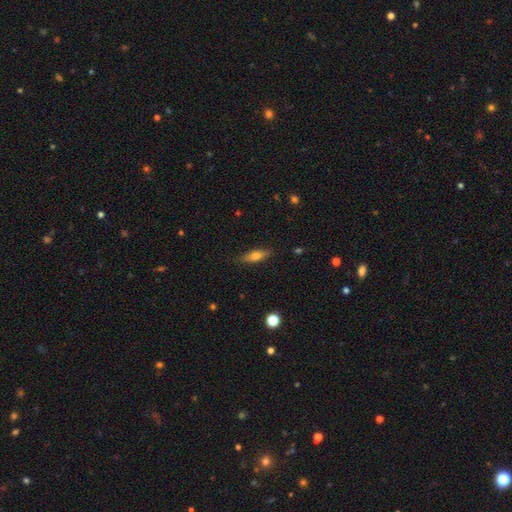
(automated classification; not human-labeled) Smooth or featured: smooth — 60% (featured or disk — 33%)
How rounded: cigar-shaped — 52% (in between — 45%)
Merging: none — 85% (minor disturbance — 11%)